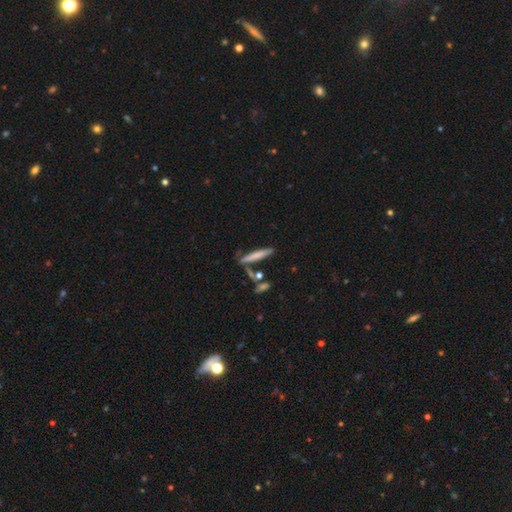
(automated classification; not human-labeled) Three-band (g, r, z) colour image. It shows a smooth galaxy with no disk features (65%) that is cigar-shaped (91%). Merging: none (72%).